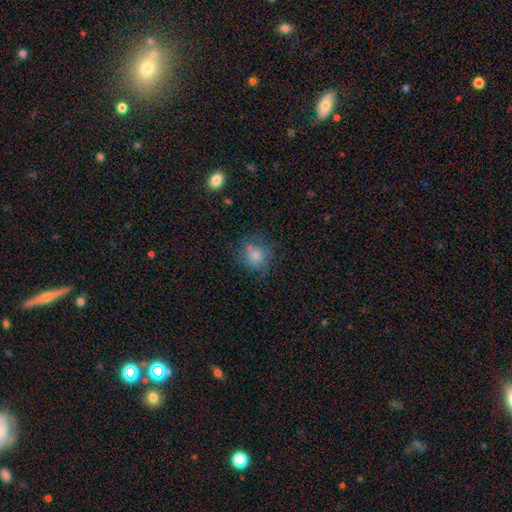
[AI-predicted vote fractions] Overall: smooth (52%; featured or disk 34%). How rounded: round (77%). Merging: none (62%).